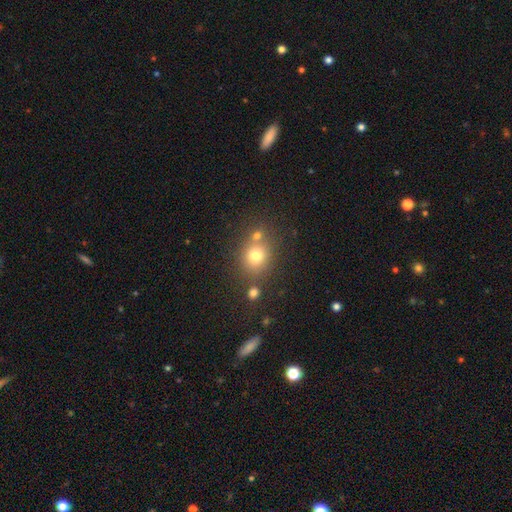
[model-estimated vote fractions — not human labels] smooth_or_featured: smooth (p=0.75) [alt: star or artifact p=0.15]
how_rounded: round (p=0.78) [alt: in between p=0.21]
merging: none (p=0.64) [alt: merger p=0.21]